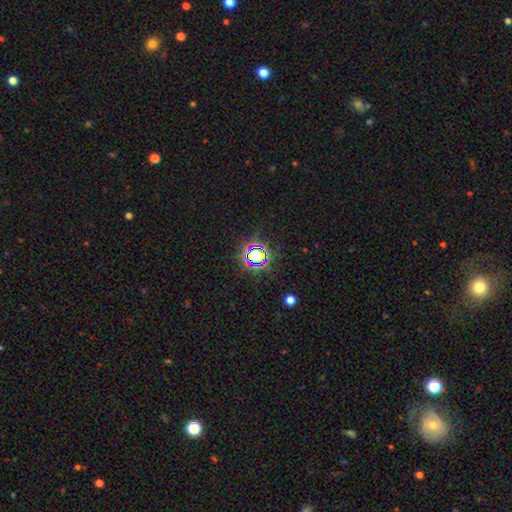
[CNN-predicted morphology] star or artifact 69%, smooth 21%, featured or disk 10%.